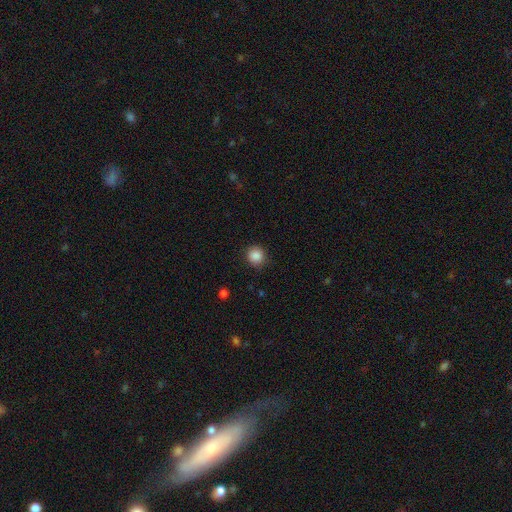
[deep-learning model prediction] smooth 88%, star or artifact 9%, featured or disk 3%. Down the decision tree: how rounded — round (91%); merging — none (88%).